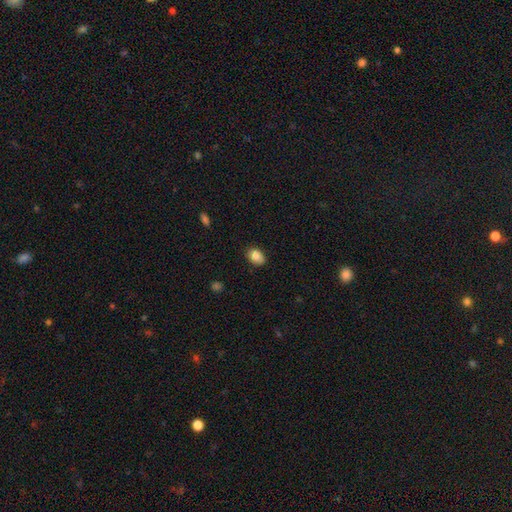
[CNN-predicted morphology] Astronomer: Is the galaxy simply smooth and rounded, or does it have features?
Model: smooth — 86%.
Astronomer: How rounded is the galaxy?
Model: in between — 79%.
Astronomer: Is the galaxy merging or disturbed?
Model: none — 83%.